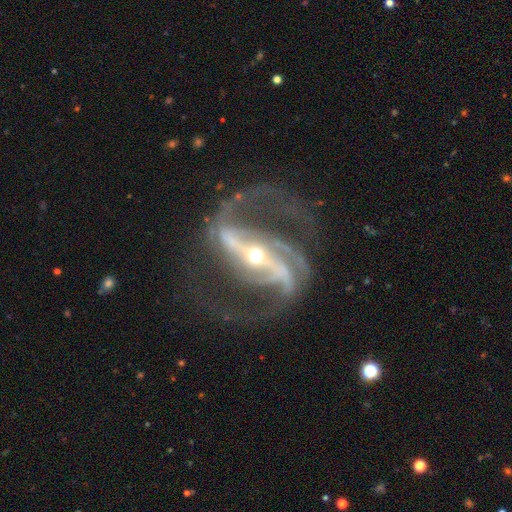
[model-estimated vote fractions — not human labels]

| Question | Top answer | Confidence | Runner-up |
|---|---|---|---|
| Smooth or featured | featured or disk | 93% | star or artifact (5%) |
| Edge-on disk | no | 96% | yes (4%) |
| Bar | strong | 73% | weak (18%) |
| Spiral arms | yes | 98% | no (2%) |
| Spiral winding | medium | 51% | loose (34%) |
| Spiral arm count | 2 | 60% | 3 (21%) |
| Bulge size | moderate | 48% | small (47%) |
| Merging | none | 60% | major disturbance (22%) |